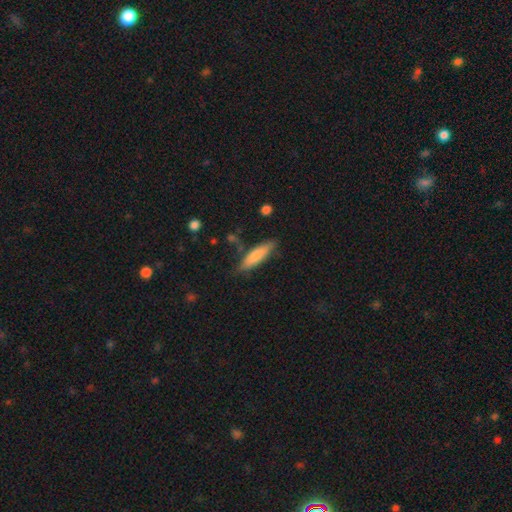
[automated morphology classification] Q: Smooth or featured?
A: smooth (77%); runner-up: featured or disk (18%)
Q: How rounded?
A: cigar-shaped (66%); runner-up: in between (32%)
Q: Merging?
A: none (73%); runner-up: minor disturbance (19%)